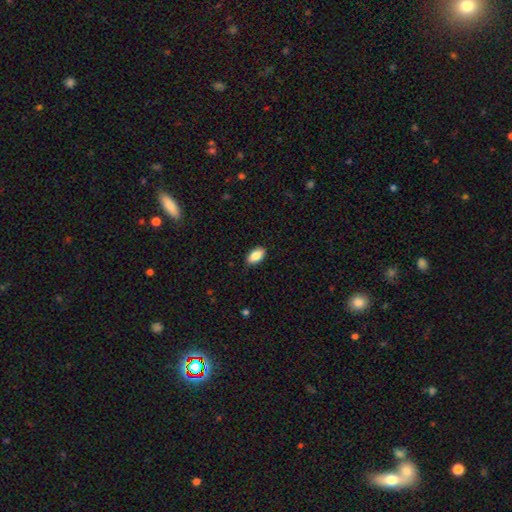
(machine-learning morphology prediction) smooth_or_featured: smooth (p=0.87) [alt: star or artifact p=0.07]
how_rounded: in between (p=0.93) [alt: round p=0.04]
merging: none (p=0.88) [alt: minor disturbance p=0.09]